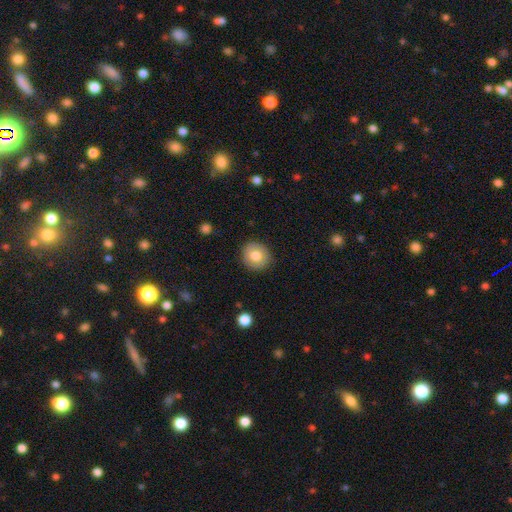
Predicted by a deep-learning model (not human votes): Q: Smooth or featured?
A: smooth (80%); runner-up: featured or disk (12%)
Q: How rounded?
A: round (87%); runner-up: in between (12%)
Q: Merging?
A: none (89%); runner-up: minor disturbance (7%)